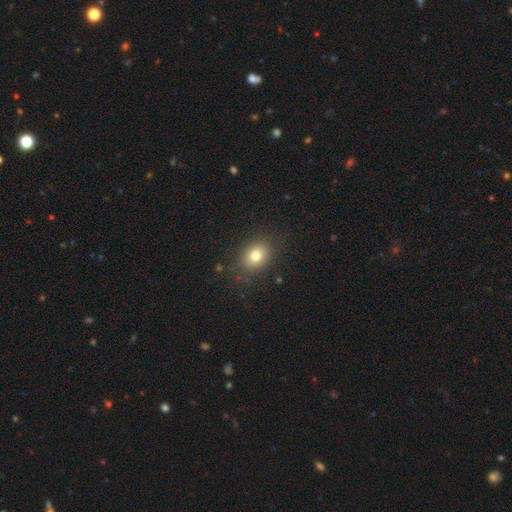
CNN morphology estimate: type=smooth (78%); roundness=in between (53%); merging=none (84%).